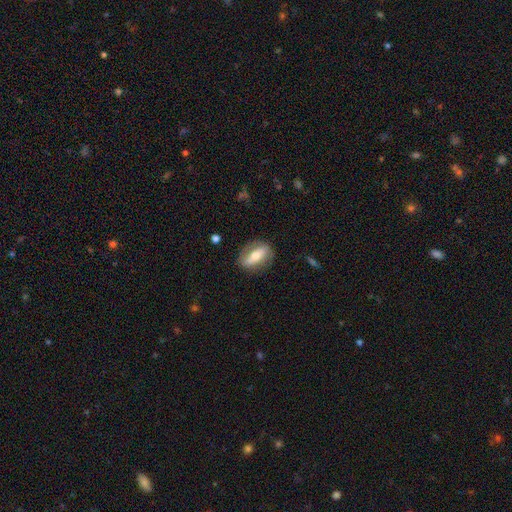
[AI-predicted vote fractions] This appears to be a featured or disk galaxy (54%). Merging: none (80%).